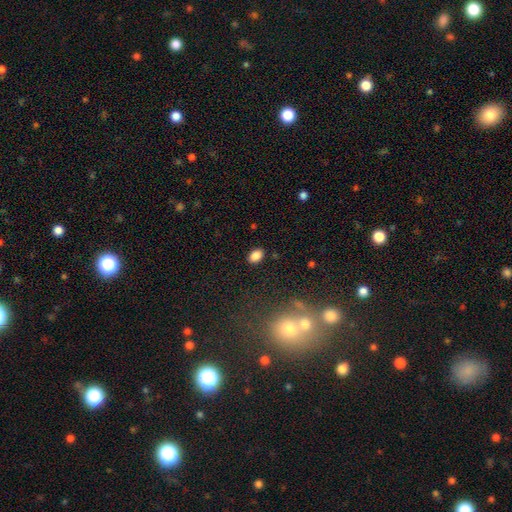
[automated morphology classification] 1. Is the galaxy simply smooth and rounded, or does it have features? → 84% smooth, 11% star or artifact, 5% featured or disk.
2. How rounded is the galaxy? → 83% in between, 15% round, 1% cigar-shaped.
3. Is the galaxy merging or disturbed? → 87% none, 9% minor disturbance, 3% major disturbance, 2% merger.